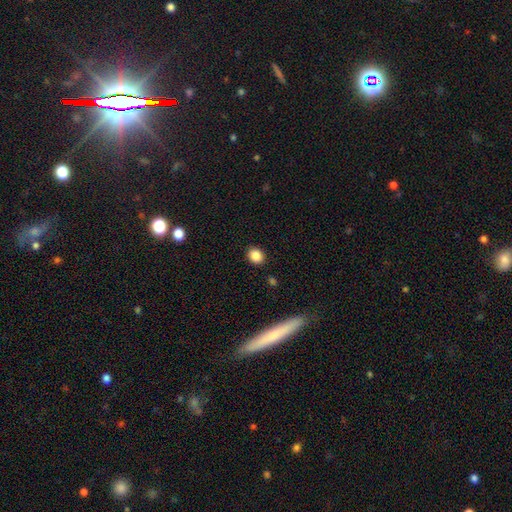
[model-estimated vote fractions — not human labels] This is clearly a smooth galaxy (86%). How rounded: likely round (64%). Merging: clearly none (89%).